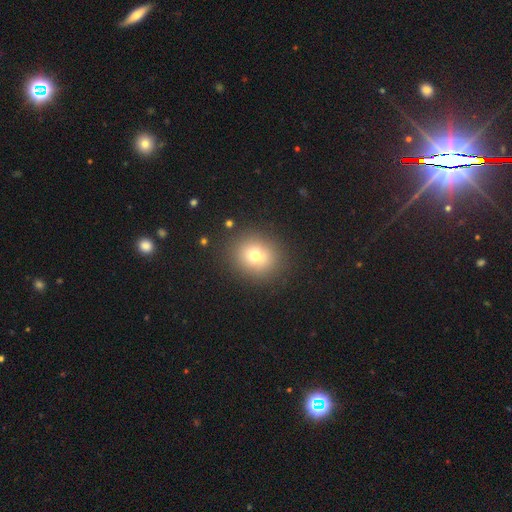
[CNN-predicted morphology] Q: Smooth or featured?
A: smooth (74%); runner-up: star or artifact (15%)
Q: How rounded?
A: round (81%); runner-up: in between (18%)
Q: Merging?
A: none (88%); runner-up: minor disturbance (7%)